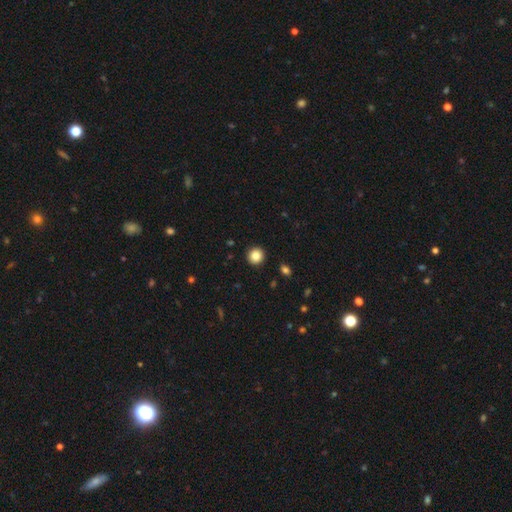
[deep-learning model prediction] Smooth or featured: smooth — 84% (star or artifact — 10%)
How rounded: round — 94% (in between — 5%)
Merging: none — 93% (minor disturbance — 4%)